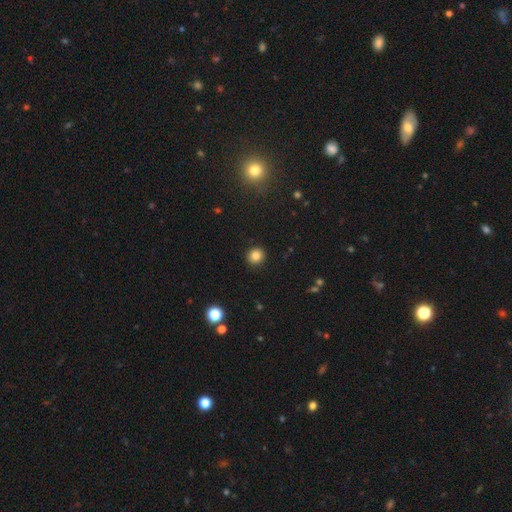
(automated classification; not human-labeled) Morphology: type=smooth (83%); roundness=round (89%); merging=none (92%).